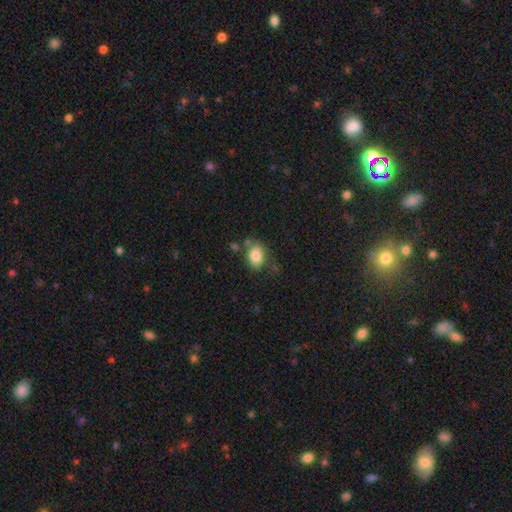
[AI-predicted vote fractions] smooth_or_featured: smooth (p=0.82) [alt: featured or disk p=0.09]
how_rounded: in between (p=0.70) [alt: round p=0.28]
merging: none (p=0.64) [alt: minor disturbance p=0.20]